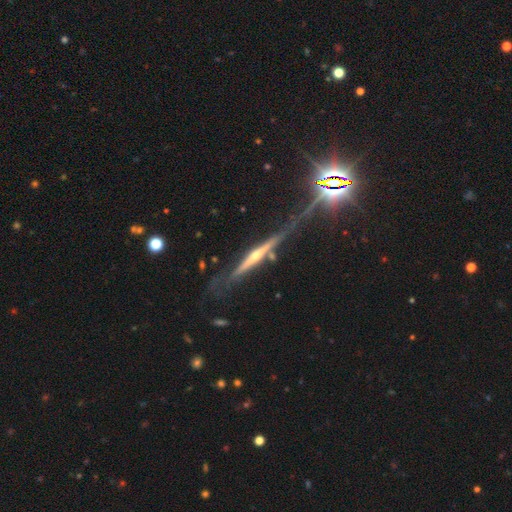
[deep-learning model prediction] This is likely a featured or disk galaxy (78%). It is clearly viewed edge-on (96%). Edge-on bulge: clearly rounded (80%). Merging: likely none (70%).